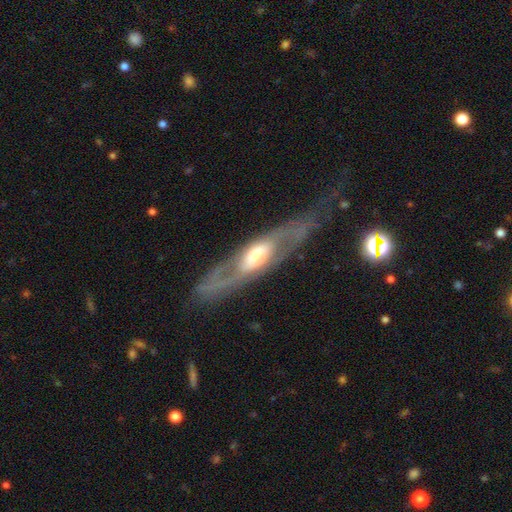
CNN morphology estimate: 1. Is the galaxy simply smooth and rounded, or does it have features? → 77% featured or disk, 17% smooth, 5% star or artifact.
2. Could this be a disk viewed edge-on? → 68% no, 32% yes.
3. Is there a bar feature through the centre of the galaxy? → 51% no, 31% weak, 17% strong.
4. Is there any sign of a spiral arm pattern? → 72% yes, 28% no.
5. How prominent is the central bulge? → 44% moderate, 38% large, 11% small, 4% dominant, 2% none.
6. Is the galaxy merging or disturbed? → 72% none, 16% minor disturbance, 10% major disturbance, 2% merger.